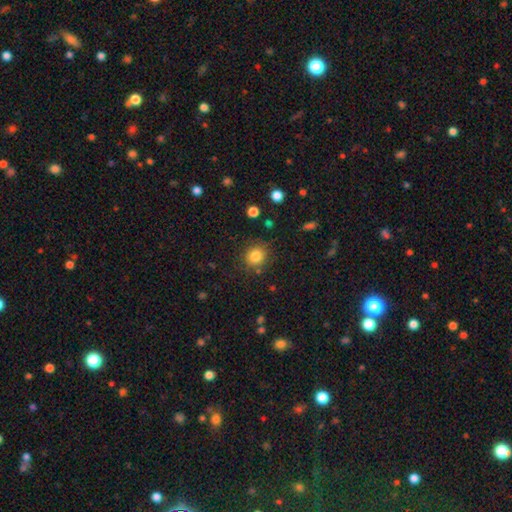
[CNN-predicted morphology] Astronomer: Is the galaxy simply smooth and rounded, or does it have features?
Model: smooth — 83%.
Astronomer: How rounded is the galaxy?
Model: round — 84%.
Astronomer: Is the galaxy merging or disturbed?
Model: none — 84%.